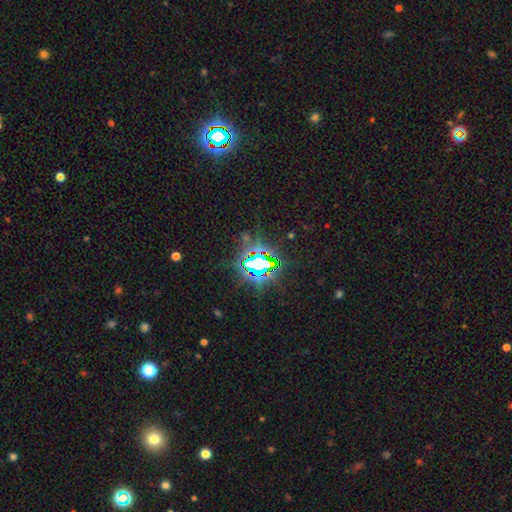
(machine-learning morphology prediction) Smooth or featured?
  - star or artifact: 79% *
  - smooth: 12%
  - featured or disk: 10%